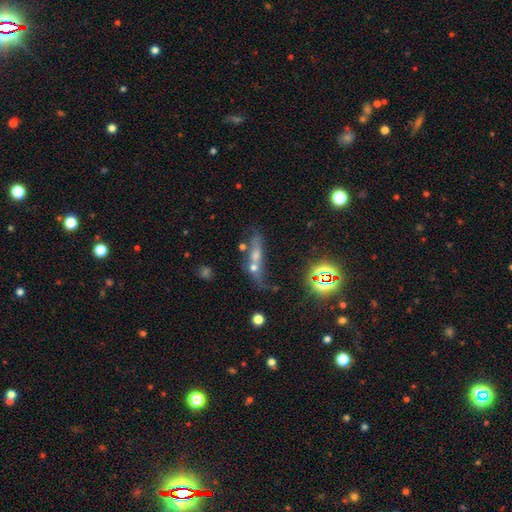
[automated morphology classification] smooth_or_featured: smooth (p=0.39) [alt: featured or disk p=0.35]
merging: merger (p=0.44) [alt: none p=0.30]